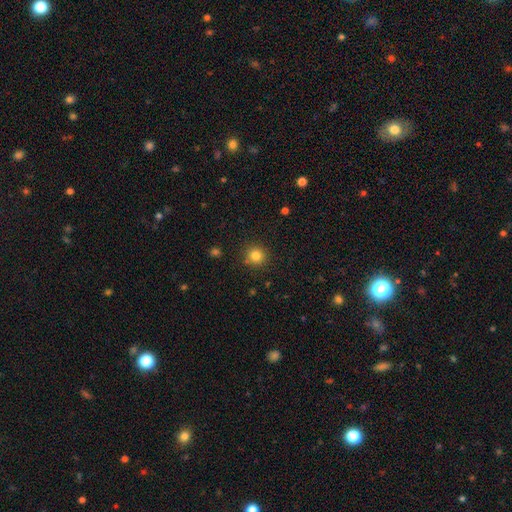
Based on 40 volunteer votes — Smooth or featured?
  - smooth: 75% *
  - featured or disk: 12%
  - star or artifact: 12%
How rounded?
  - round: 90% *
  - in between: 10%
  - cigar-shaped: 0%
Merging?
  - none: 91% *
  - minor disturbance: 9%
  - major disturbance: 0%
  - merger: 0%